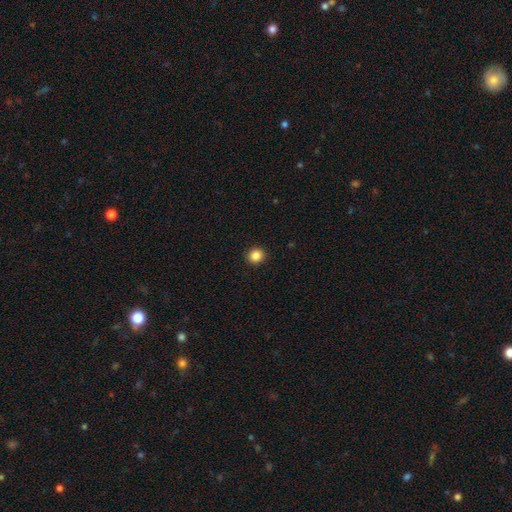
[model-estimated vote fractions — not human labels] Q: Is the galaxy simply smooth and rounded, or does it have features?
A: smooth — 86%.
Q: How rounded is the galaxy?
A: round — 89%.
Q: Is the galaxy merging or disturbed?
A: none — 93%.